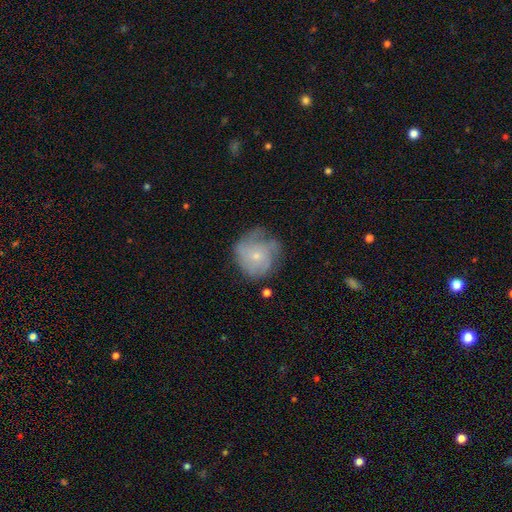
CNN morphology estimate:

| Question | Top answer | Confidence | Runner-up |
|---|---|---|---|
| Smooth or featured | featured or disk | 56% | smooth (35%) |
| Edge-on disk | no | 98% | yes (2%) |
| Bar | no | 82% | weak (16%) |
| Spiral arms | yes | 78% | no (22%) |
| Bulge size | small | 76% | moderate (18%) |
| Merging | none | 56% | minor disturbance (27%) |